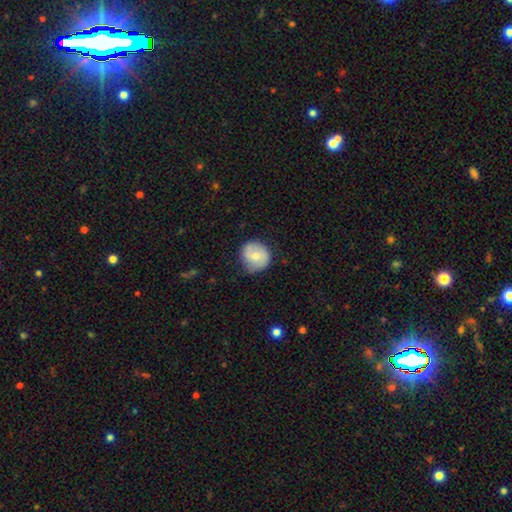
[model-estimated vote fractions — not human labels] smooth_or_featured: smooth (p=0.63) [alt: featured or disk p=0.31]
how_rounded: round (p=0.88) [alt: in between p=0.11]
merging: none (p=0.71) [alt: minor disturbance p=0.22]